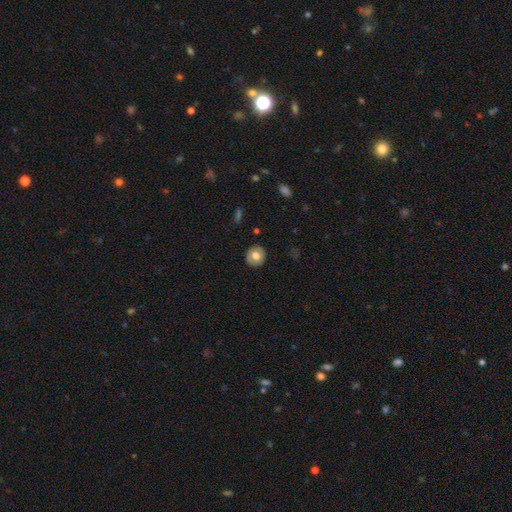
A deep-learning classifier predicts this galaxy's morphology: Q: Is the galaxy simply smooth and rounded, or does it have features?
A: smooth — 67%.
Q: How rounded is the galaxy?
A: round — 86%.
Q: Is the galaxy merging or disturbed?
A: none — 88%.